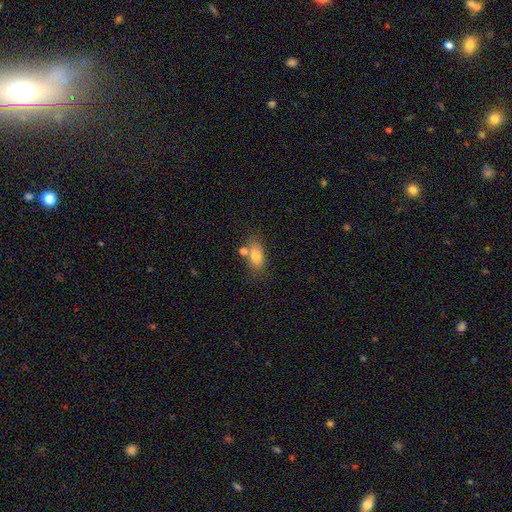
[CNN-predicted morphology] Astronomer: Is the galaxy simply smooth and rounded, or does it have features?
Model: smooth — 77%.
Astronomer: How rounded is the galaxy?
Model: in between — 83%.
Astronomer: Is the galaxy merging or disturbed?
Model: none — 61%.